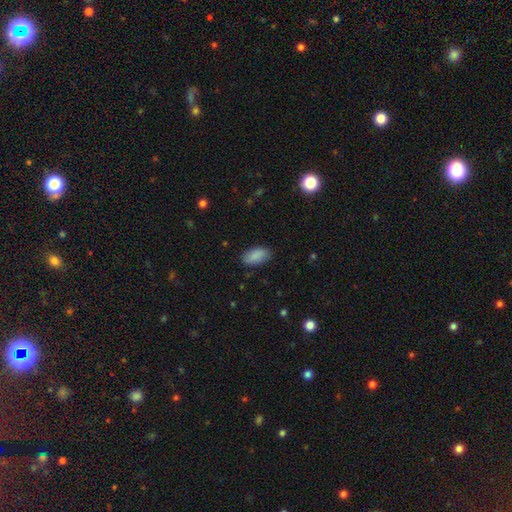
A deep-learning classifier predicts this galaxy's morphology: A smooth galaxy with no disk features (89%) that is in between round and cigar-shaped (93%).

Vote fractions:
- Smooth or featured? smooth: 89% / star or artifact: 7% / featured or disk: 4%
- How rounded? in between: 93% / cigar-shaped: 4% / round: 3%
- Merging? none: 86% / minor disturbance: 11% / major disturbance: 3% / merger: 1%